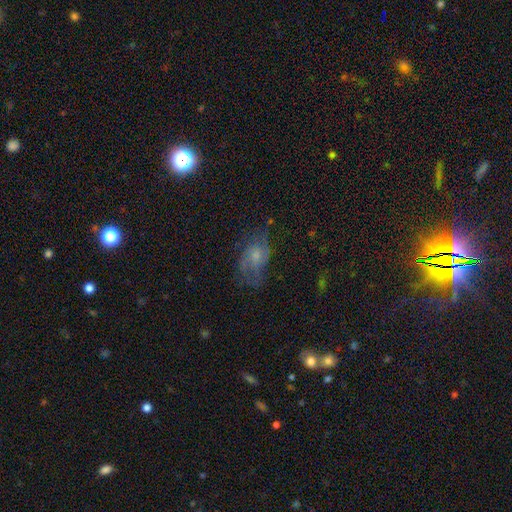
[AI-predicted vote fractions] A featured or disk galaxy (58%) with no bar (69%), spiral arms (77%) and a small central bulge (51%). Merging: none (52%).